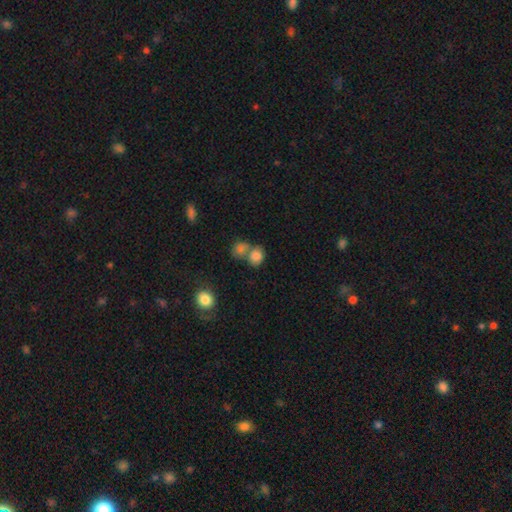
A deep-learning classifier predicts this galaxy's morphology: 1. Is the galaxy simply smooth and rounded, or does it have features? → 81% smooth, 10% star or artifact, 8% featured or disk.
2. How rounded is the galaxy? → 61% round, 38% in between, 1% cigar-shaped.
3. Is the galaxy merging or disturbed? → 47% merger, 39% none, 10% minor disturbance, 5% major disturbance.